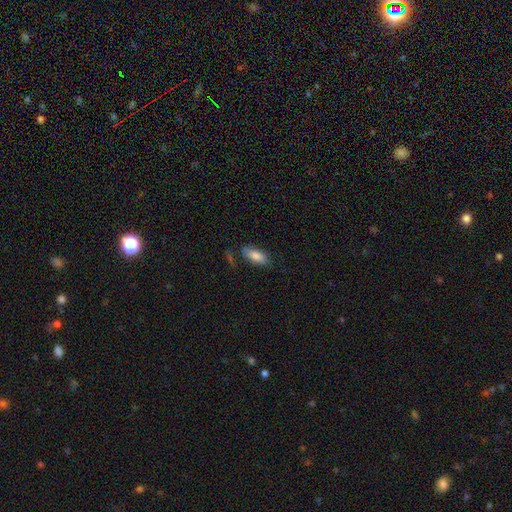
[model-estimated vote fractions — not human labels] Smooth or featured: smooth — 82% (featured or disk — 12%)
How rounded: in between — 81% (cigar-shaped — 17%)
Merging: none — 71% (minor disturbance — 20%)